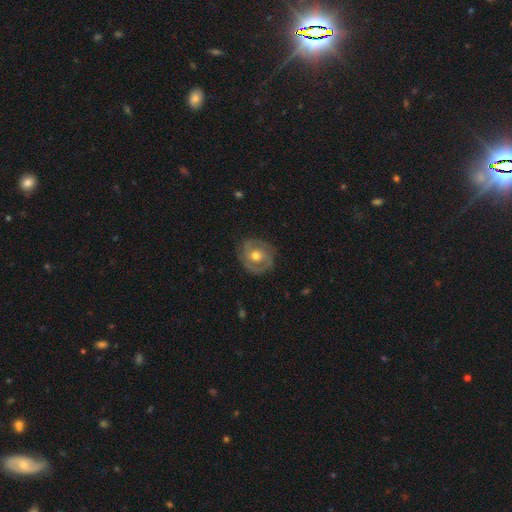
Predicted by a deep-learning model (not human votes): Smooth or featured? featured or disk (73%)
Edge-on disk? no (97%)
Bar? no (67%)
Spiral arms? yes (84%)
Spiral winding? tight (53%)
Spiral arm count? 2 (61%)
Bulge size? moderate (78%)
Merging? none (79%)